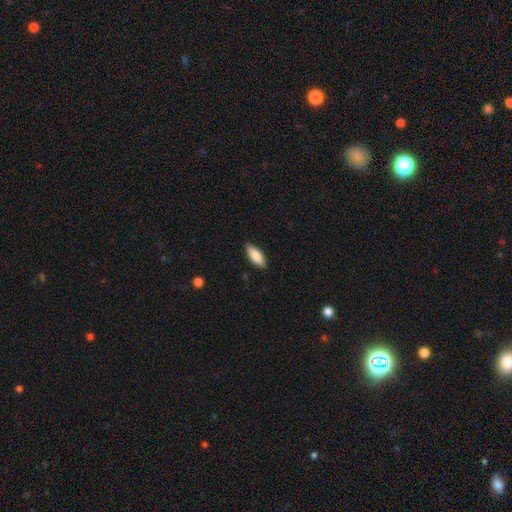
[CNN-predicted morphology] This is clearly a smooth galaxy (84%). How rounded: likely in between (80%). Merging: clearly none (88%).